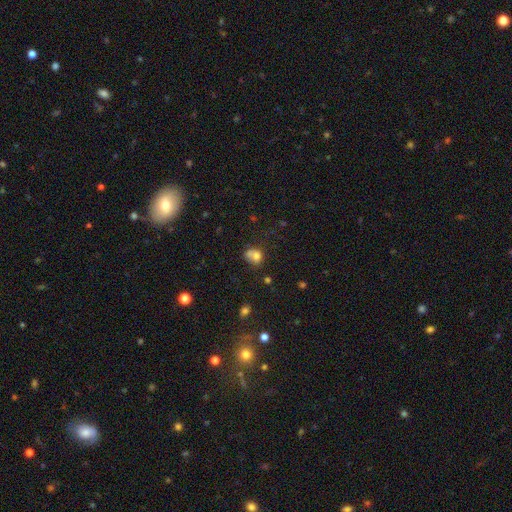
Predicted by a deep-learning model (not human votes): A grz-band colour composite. It shows a smooth galaxy with no disk features (71%) that is round (58%). Merging: merger (39%).